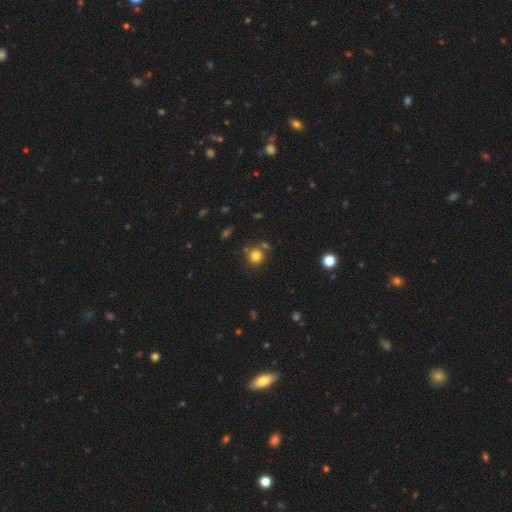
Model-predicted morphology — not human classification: smooth-or-featured: smooth: 81% | star or artifact: 13% | featured or disk: 6%
  how-rounded: round: 89% | in between: 10% | cigar-shaped: 1%
  merging: none: 73% | merger: 12% | minor disturbance: 11% | major disturbance: 4%